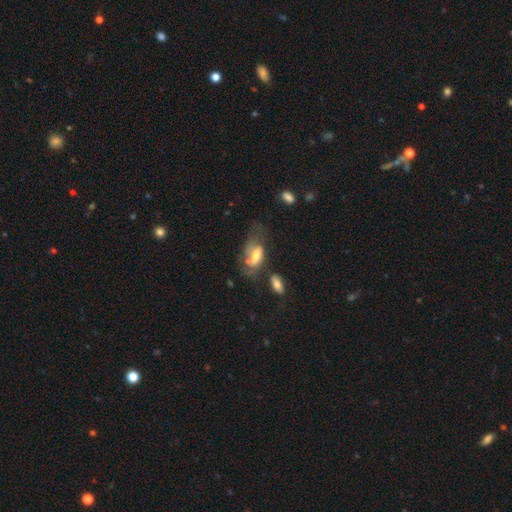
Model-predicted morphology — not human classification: This is possibly a featured or disk galaxy (48%). Merging: marginally none (34%).